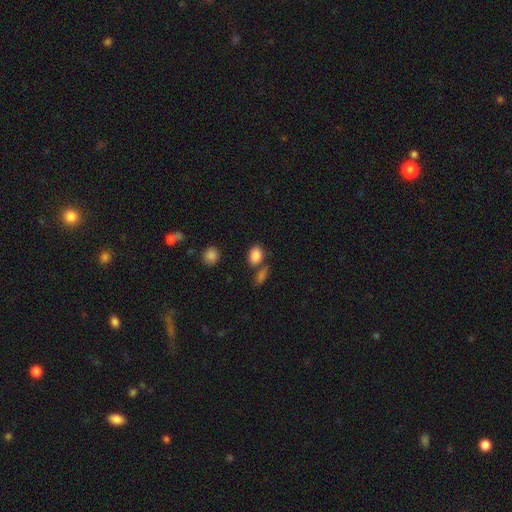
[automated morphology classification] Smooth or featured?
  - smooth: 86% *
  - star or artifact: 9%
  - featured or disk: 5%
How rounded?
  - in between: 72% *
  - round: 27%
  - cigar-shaped: 2%
Merging?
  - none: 64% *
  - merger: 19%
  - minor disturbance: 13%
  - major disturbance: 4%